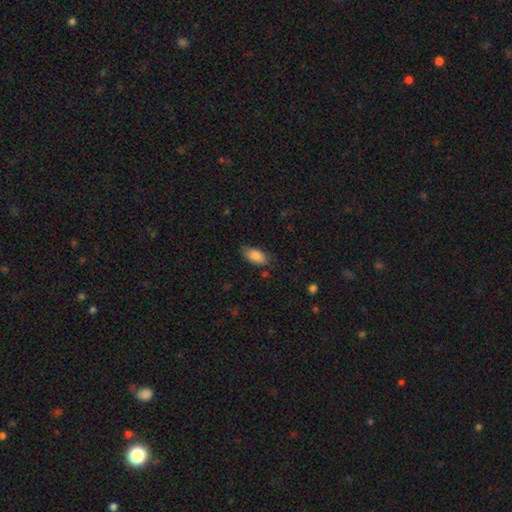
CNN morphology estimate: Overall: smooth (86%). How rounded: in between (90%). Merging: none (76%).